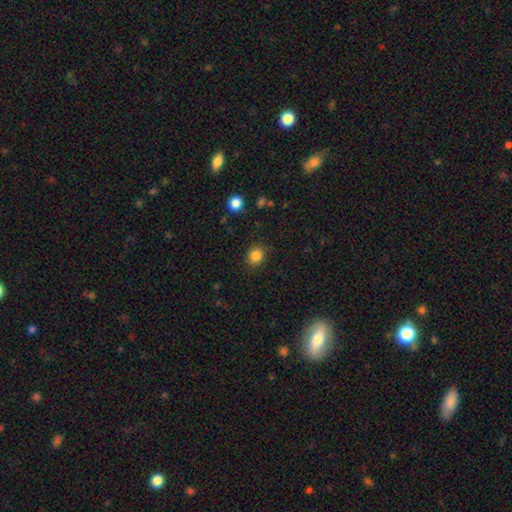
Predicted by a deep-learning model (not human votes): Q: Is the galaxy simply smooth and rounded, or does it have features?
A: smooth — 85%.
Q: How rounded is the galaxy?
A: round — 69%.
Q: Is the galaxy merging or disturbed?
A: none — 85%.